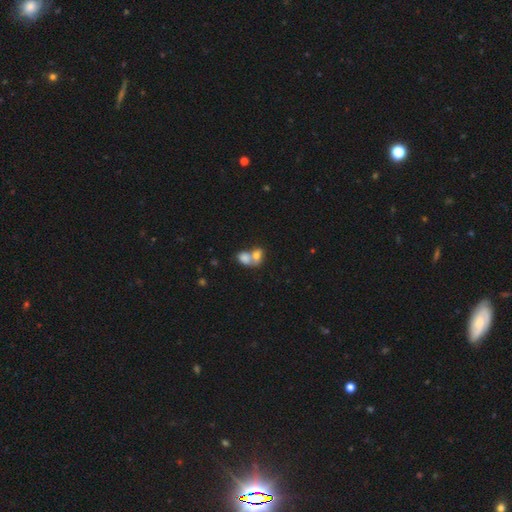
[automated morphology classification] Smooth or featured?
  - smooth: 75% *
  - featured or disk: 16%
  - star or artifact: 9%
How rounded?
  - in between: 68% *
  - round: 30%
  - cigar-shaped: 2%
Merging?
  - merger: 75% *
  - none: 16%
  - minor disturbance: 6%
  - major disturbance: 3%